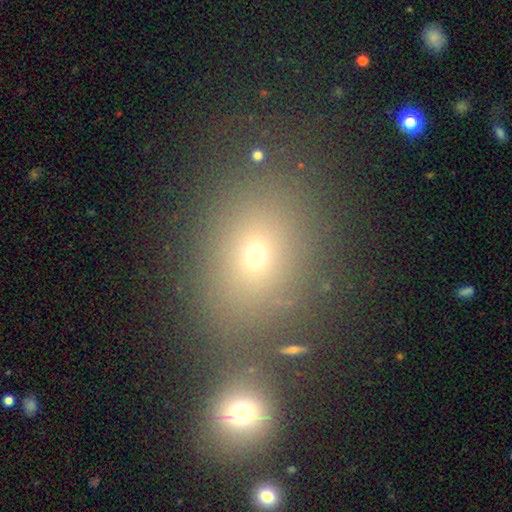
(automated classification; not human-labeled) This appears to be a smooth galaxy with no disk features (65%) that is in between round and cigar-shaped (50%). Merging: none (61%).